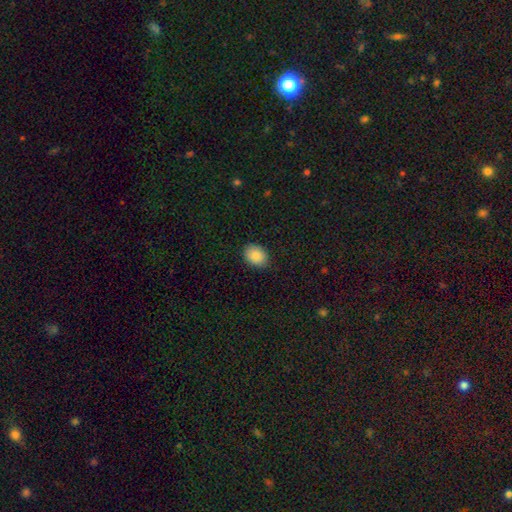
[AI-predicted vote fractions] smooth-or-featured: smooth: 88% | star or artifact: 8% | featured or disk: 5%
  how-rounded: in between: 64% | round: 35% | cigar-shaped: 1%
  merging: none: 86% | minor disturbance: 11% | major disturbance: 2% | merger: 1%